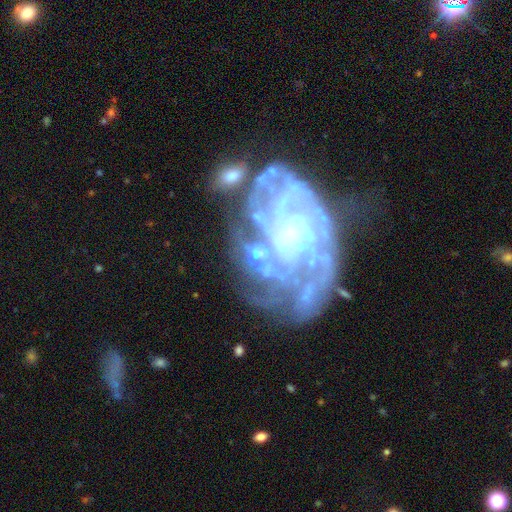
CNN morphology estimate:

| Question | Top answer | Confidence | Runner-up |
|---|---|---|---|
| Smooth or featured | featured or disk | 71% | star or artifact (15%) |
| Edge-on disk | no | 95% | yes (5%) |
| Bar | no | 60% | weak (23%) |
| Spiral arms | yes | 64% | no (36%) |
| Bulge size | moderate | 41% | small (23%) |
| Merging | merger | 41% | major disturbance (26%) |